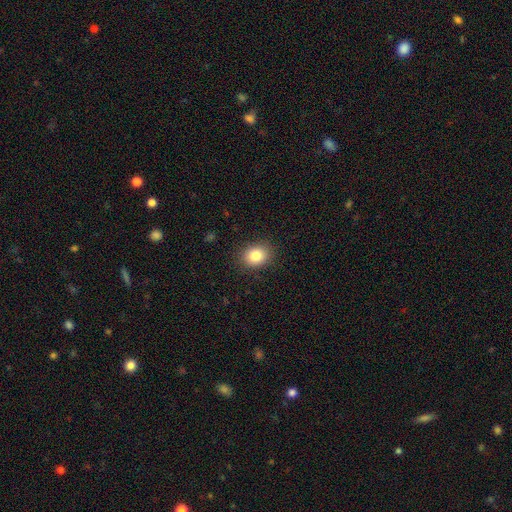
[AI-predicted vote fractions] smooth-or-featured: smooth: 84% | star or artifact: 10% | featured or disk: 6%
  how-rounded: round: 50% (tied) | in between: 50% (tied) | cigar-shaped: 1%
  merging: none: 88% | minor disturbance: 9% | major disturbance: 3% | merger: 1%